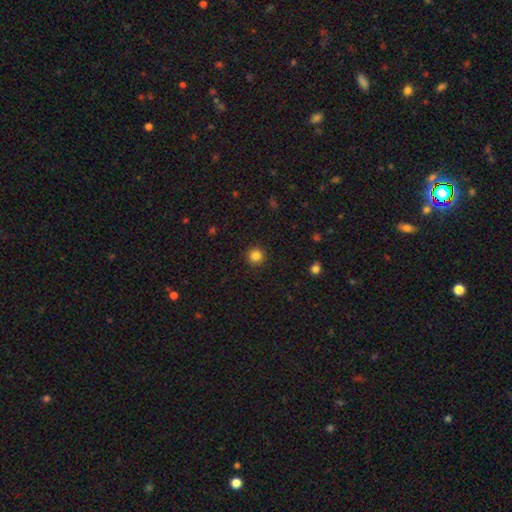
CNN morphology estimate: Smooth or featured?
  - smooth: 85% *
  - star or artifact: 11%
  - featured or disk: 4%
How rounded?
  - round: 94% *
  - in between: 5%
  - cigar-shaped: 1%
Merging?
  - none: 92% *
  - minor disturbance: 5%
  - major disturbance: 2%
  - merger: 1%